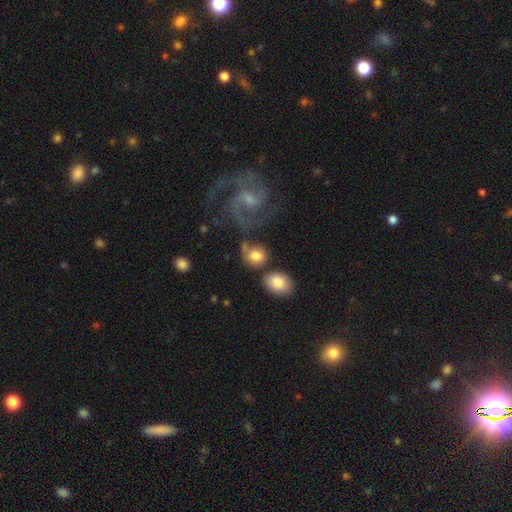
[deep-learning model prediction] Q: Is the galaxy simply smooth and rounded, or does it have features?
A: smooth — 76%.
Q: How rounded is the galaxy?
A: round — 71%.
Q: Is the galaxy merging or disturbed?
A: none — 53%.